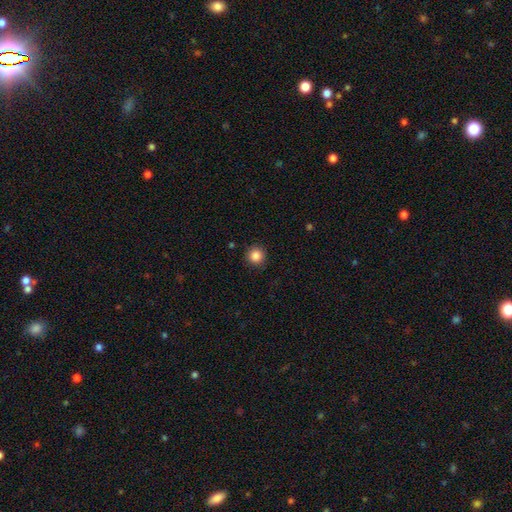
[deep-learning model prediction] smooth 85%, star or artifact 10%, featured or disk 4%. Down the decision tree: how rounded — round (95%); merging — none (91%).